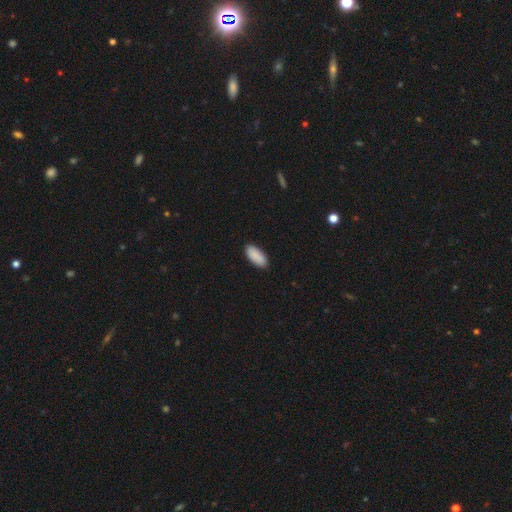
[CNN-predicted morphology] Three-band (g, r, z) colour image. It shows a smooth galaxy with no disk features (91%) that is in between round and cigar-shaped (88%). Merging: none (89%).